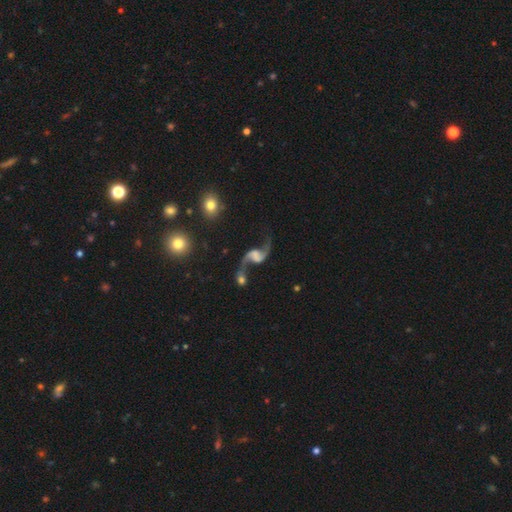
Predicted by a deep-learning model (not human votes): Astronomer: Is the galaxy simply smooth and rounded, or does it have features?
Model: featured or disk — 89%.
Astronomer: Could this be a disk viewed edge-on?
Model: no — 97%.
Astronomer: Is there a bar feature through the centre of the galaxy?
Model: no — 45% (runner-up: weak, 41%).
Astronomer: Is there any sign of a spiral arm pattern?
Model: yes — 97%.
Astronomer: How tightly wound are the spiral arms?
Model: loose — 90%.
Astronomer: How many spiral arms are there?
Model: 2 — 94%.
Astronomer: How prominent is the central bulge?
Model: none — 53%.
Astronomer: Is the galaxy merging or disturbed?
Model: none — 57%.